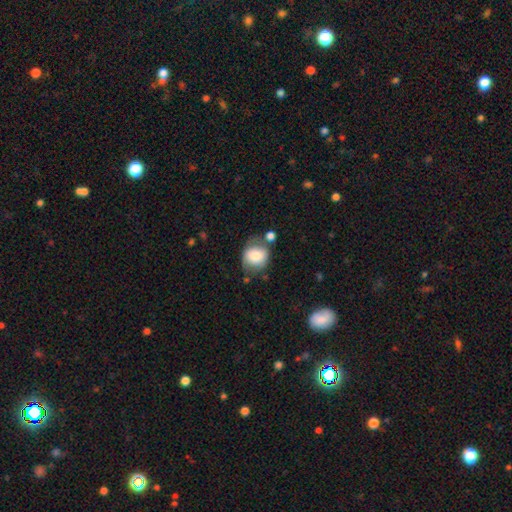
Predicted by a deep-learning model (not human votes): This appears to be a smooth galaxy with no disk features (74%) that is round (71%). Merging: none (55%).